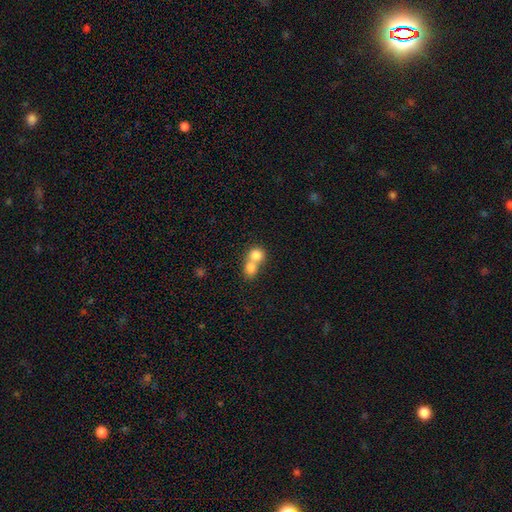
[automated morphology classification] This is likely a smooth galaxy (79%). How rounded: likely round (78%). Merging: likely merger (67%).